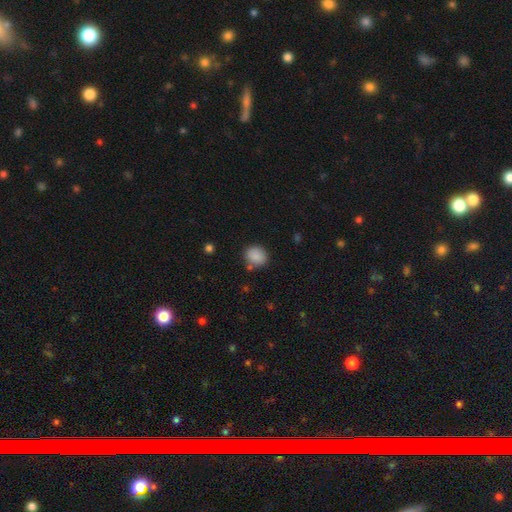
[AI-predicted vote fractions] This is clearly a smooth galaxy (87%). How rounded: likely round (65%). Merging: likely none (78%).